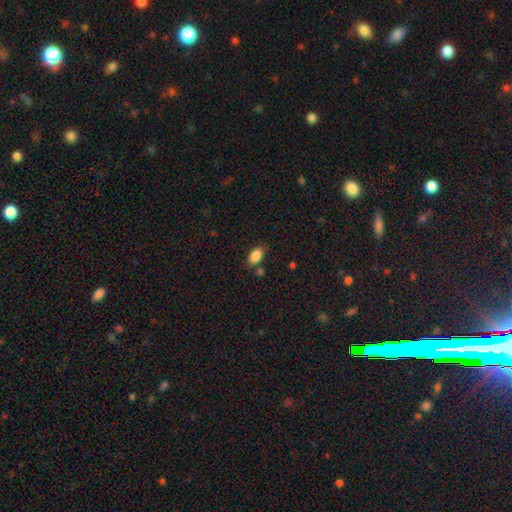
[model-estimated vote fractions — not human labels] smooth_or_featured: smooth (p=0.87) [alt: star or artifact p=0.08]
how_rounded: in between (p=0.91) [alt: round p=0.06]
merging: none (p=0.77) [alt: minor disturbance p=0.14]